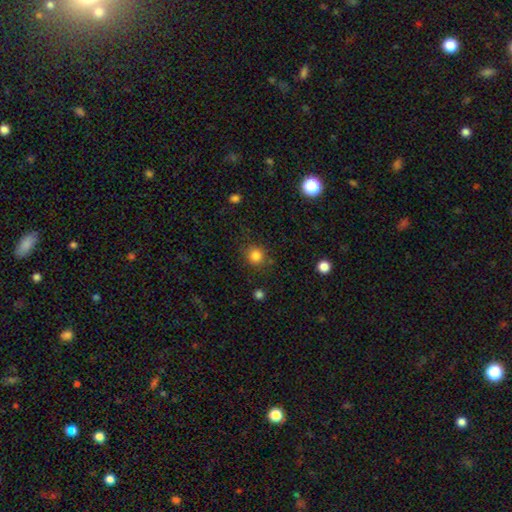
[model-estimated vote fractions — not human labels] smooth_or_featured: smooth (p=0.83) [alt: star or artifact p=0.12]
how_rounded: round (p=0.90) [alt: in between p=0.09]
merging: none (p=0.83) [alt: minor disturbance p=0.10]